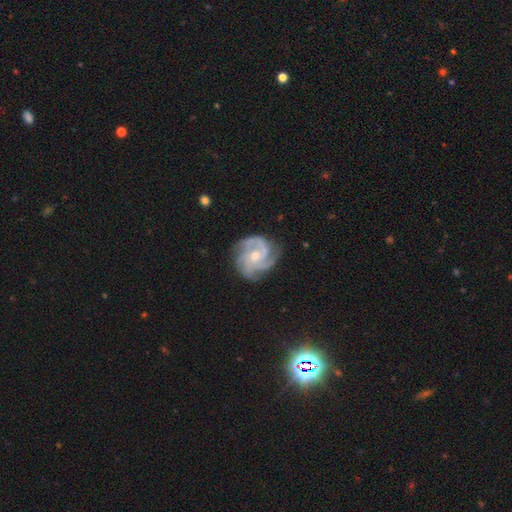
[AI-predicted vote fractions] A featured or disk galaxy (90%) with no bar (73%), 3 (42%) tight (58%) spiral arms (98%) and a moderate central bulge (54%).

Vote fractions:
- Smooth or featured? featured or disk: 90% / smooth: 5% / star or artifact: 5%
- Edge-on disk? no: 98% / yes: 2%
- Bar? no: 73% / weak: 22% / strong: 5%
- Spiral arms? yes: 98% / no: 2%
- Spiral winding? tight: 58% / medium: 37% / loose: 5%
- Spiral arm count? 3: 42% / 4: 32% / can't tell: 9% / 2: 7% / more than 4: 5% / 1: 5%
- Bulge size? moderate: 54% / small: 42% / large: 2% / none: 1% / dominant: 1%
- Merging? none: 78% / minor disturbance: 16% / major disturbance: 5% / merger: 1%